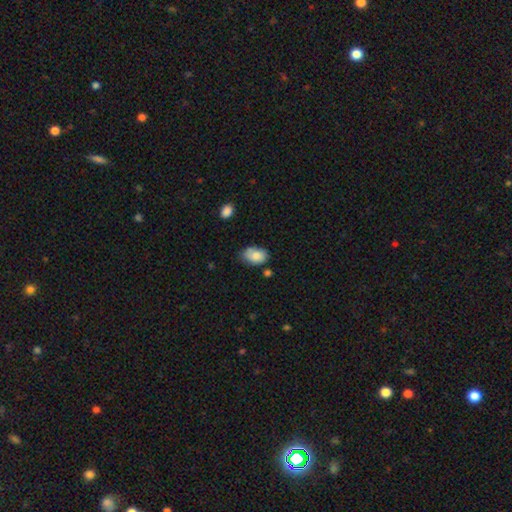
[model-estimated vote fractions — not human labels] Smooth or featured: smooth — 78% (featured or disk — 14%)
How rounded: in between — 86% (round — 13%)
Merging: none — 57% (minor disturbance — 31%)